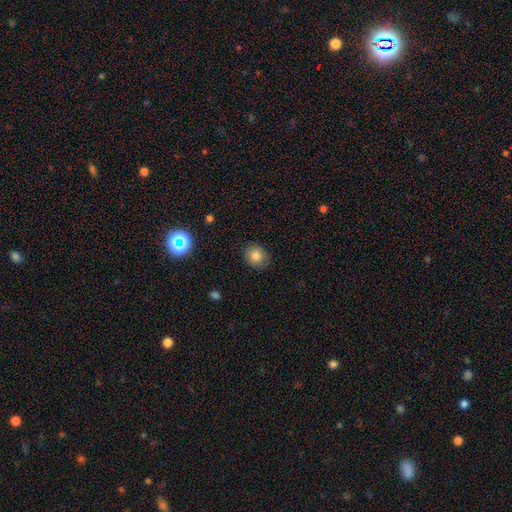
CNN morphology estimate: Overall: smooth (81%). How rounded: round (76%). Merging: none (88%).